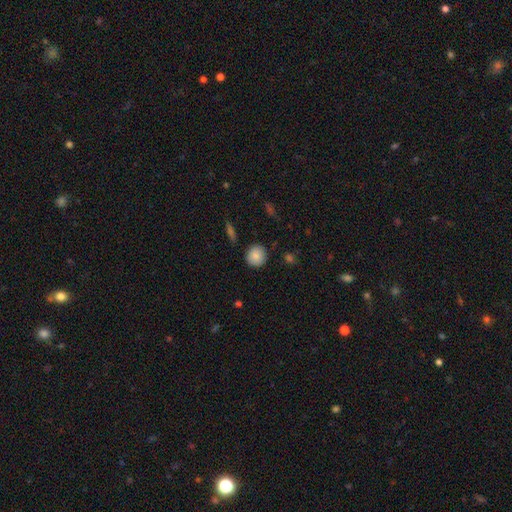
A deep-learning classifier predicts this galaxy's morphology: Smooth or featured? smooth (85%)
How rounded? round (89%)
Merging? none (88%)